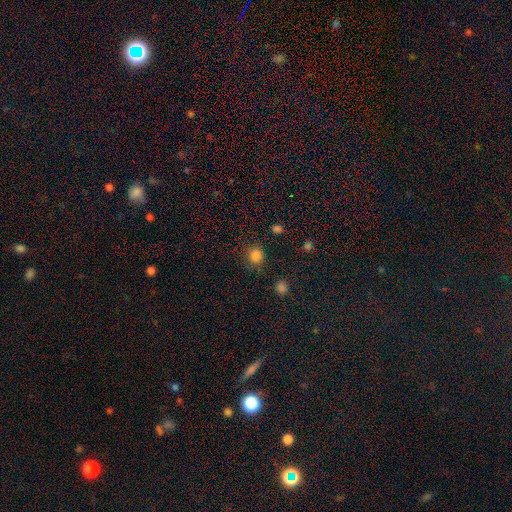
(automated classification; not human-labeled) smooth 83%, star or artifact 14%, featured or disk 4%. Down the decision tree: how rounded — round (91%); merging — none (85%).